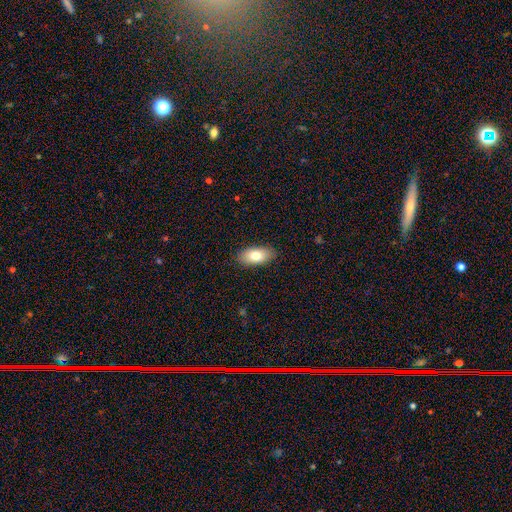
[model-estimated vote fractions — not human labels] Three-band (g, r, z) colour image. It shows a smooth galaxy with no disk features (80%) that is in between round and cigar-shaped (92%). Merging: none (88%).